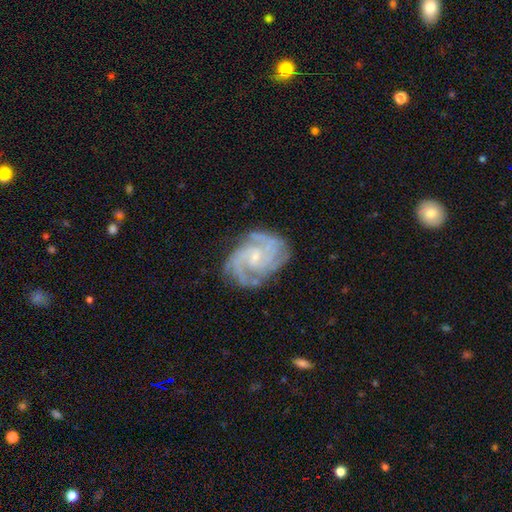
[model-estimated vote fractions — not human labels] A featured or disk galaxy (86%) with no bar (61%), 3 (43%) tight (57%) spiral arms (98%) and a small central bulge (62%).

Vote fractions:
- Smooth or featured? featured or disk: 86% / star or artifact: 7% / smooth: 6%
- Edge-on disk? no: 98% / yes: 2%
- Bar? no: 61% / weak: 31% / strong: 8%
- Spiral arms? yes: 98% / no: 2%
- Spiral winding? tight: 57% / medium: 36% / loose: 6%
- Spiral arm count? 3: 43% / 2: 24% / 4: 12% / can't tell: 11% / more than 4: 5% / 1: 5%
- Bulge size? small: 62% / moderate: 31% / none: 5% / large: 2% / dominant: 1%
- Merging? none: 78% / minor disturbance: 15% / major disturbance: 5% / merger: 1%